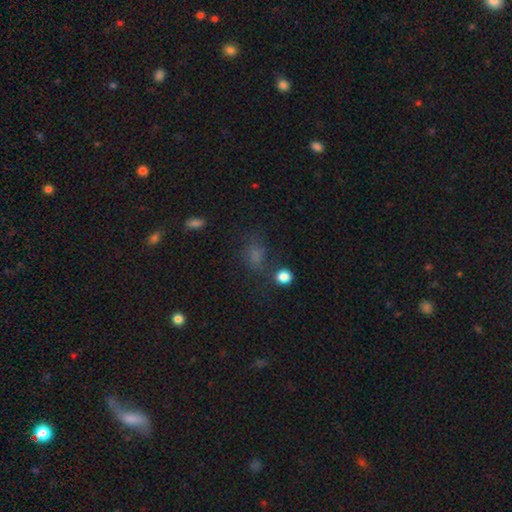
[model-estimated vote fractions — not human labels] Smooth or featured? smooth (65%)
How rounded? in between (58%)
Merging? none (61%)